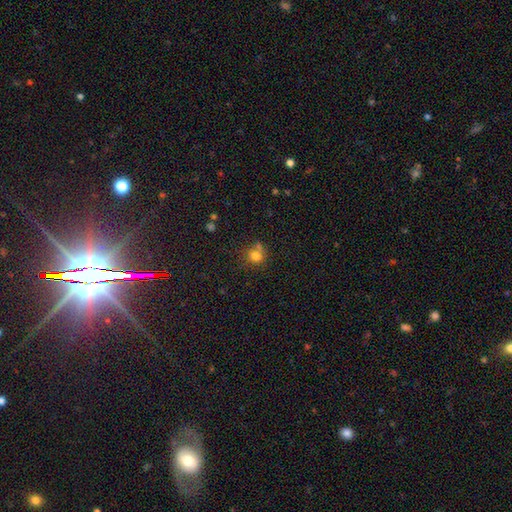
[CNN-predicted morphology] Smooth or featured: smooth — 77% (star or artifact — 14%)
How rounded: round — 81% (in between — 18%)
Merging: none — 58% (merger — 20%)